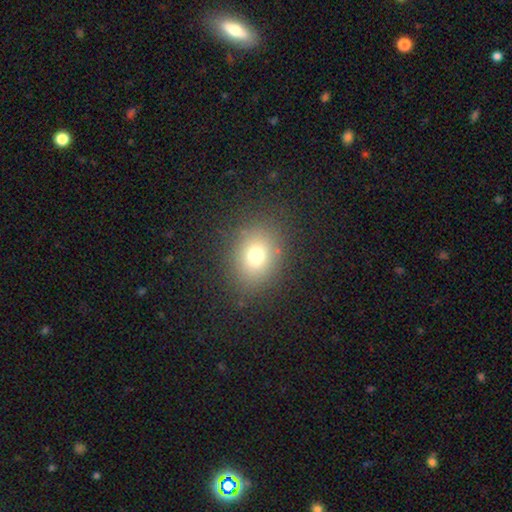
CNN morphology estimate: Smooth or featured: smooth — 73% (star or artifact — 15%)
How rounded: round — 50% (in between — 49%)
Merging: none — 84% (minor disturbance — 10%)